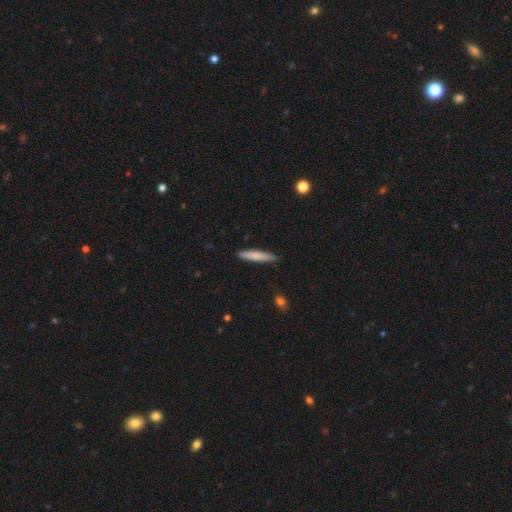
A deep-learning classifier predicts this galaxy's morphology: Q: Smooth or featured?
A: smooth (78%); runner-up: featured or disk (16%)
Q: How rounded?
A: cigar-shaped (90%); runner-up: in between (9%)
Q: Merging?
A: none (88%); runner-up: minor disturbance (9%)